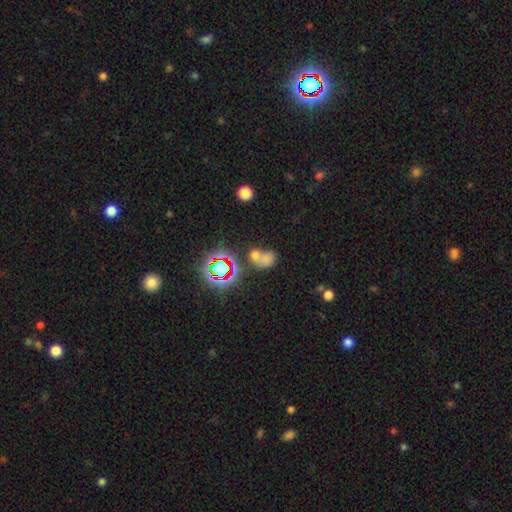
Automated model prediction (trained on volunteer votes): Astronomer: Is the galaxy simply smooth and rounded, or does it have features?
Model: smooth — 57%.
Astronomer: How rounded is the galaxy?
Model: in between — 49%, tied with round at 49%.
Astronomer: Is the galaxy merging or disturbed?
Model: merger — 55%.